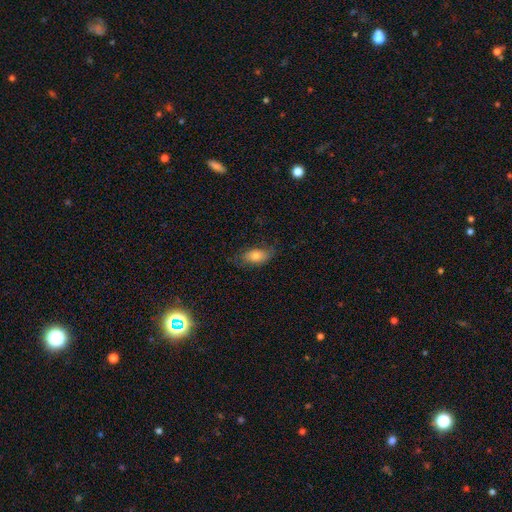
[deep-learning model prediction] A smooth galaxy with no disk features (75%) that is in between round and cigar-shaped (89%). Merging: none (71%).